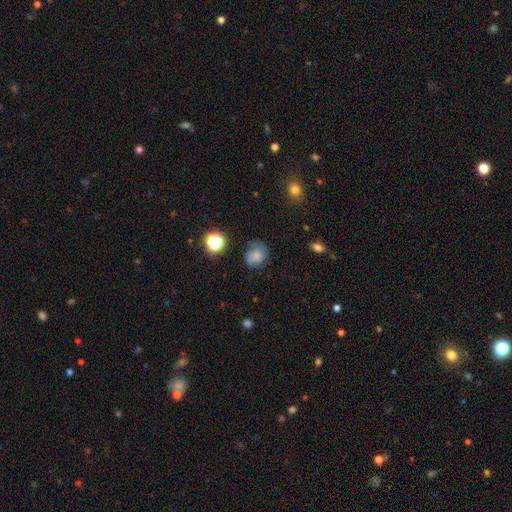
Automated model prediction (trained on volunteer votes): Q: Smooth or featured?
A: smooth (67%); runner-up: featured or disk (18%)
Q: How rounded?
A: round (65%); runner-up: in between (34%)
Q: Merging?
A: none (58%); runner-up: minor disturbance (28%)